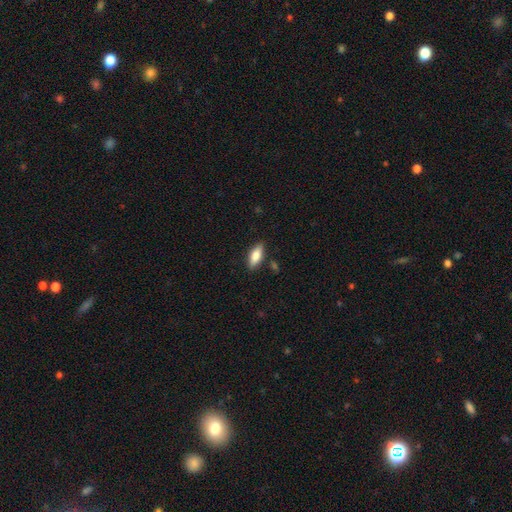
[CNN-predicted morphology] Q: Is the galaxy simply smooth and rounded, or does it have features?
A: smooth — 75%.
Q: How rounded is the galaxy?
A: in between — 73%.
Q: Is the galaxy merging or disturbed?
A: none — 84%.